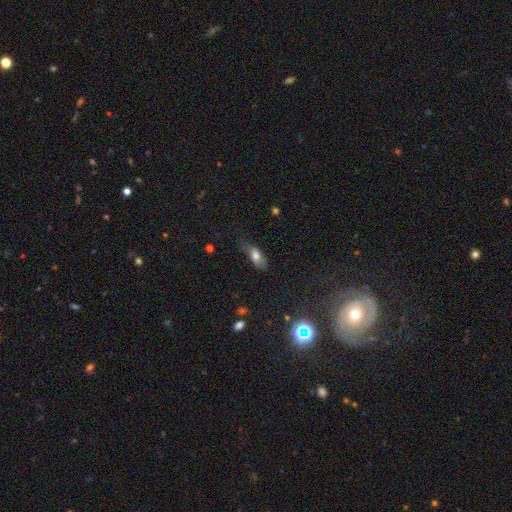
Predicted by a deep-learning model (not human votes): smooth 73%, featured or disk 18%, star or artifact 9%. Down the decision tree: how rounded — in between (76%); merging — none (47%).